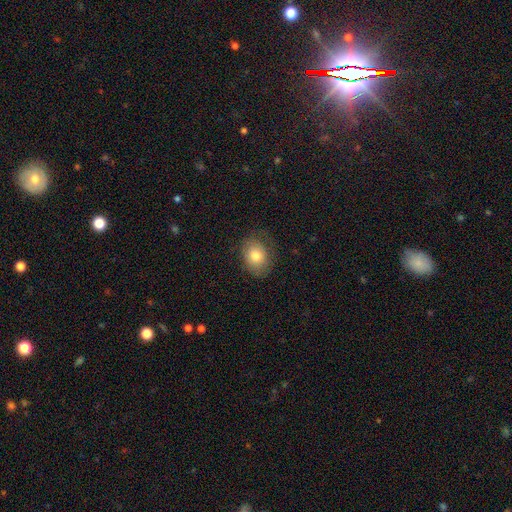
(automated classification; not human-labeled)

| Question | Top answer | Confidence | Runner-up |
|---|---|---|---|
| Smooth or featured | smooth | 76% | featured or disk (16%) |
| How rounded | in between | 59% | round (40%) |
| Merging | none | 71% | minor disturbance (20%) |